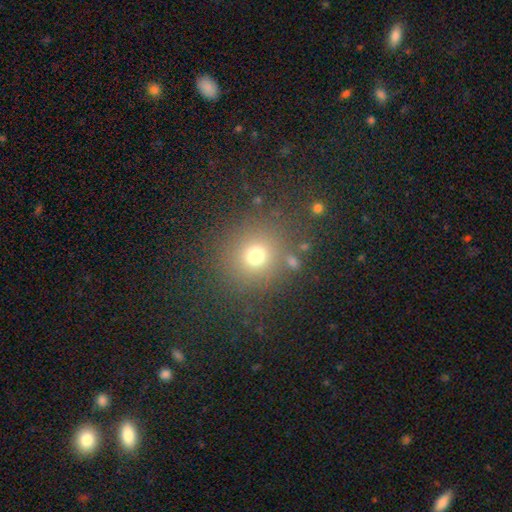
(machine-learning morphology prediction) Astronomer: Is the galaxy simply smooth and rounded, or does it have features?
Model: smooth — 71%.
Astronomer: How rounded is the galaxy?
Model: round — 89%.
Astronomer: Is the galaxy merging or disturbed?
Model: none — 83%.